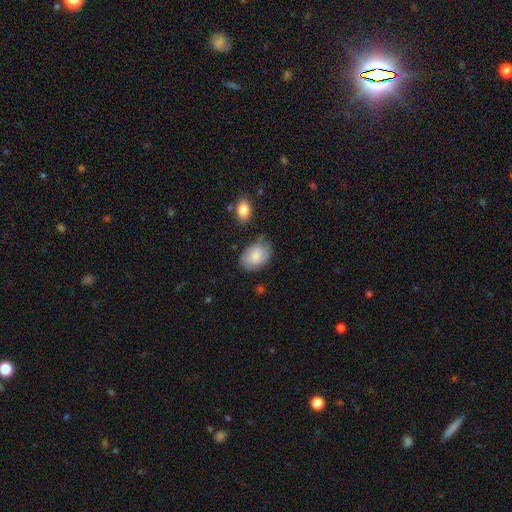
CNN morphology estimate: smooth_or_featured: smooth (p=0.77) [alt: featured or disk p=0.17]
how_rounded: in between (p=0.83) [alt: round p=0.16]
merging: none (p=0.66) [alt: minor disturbance p=0.24]